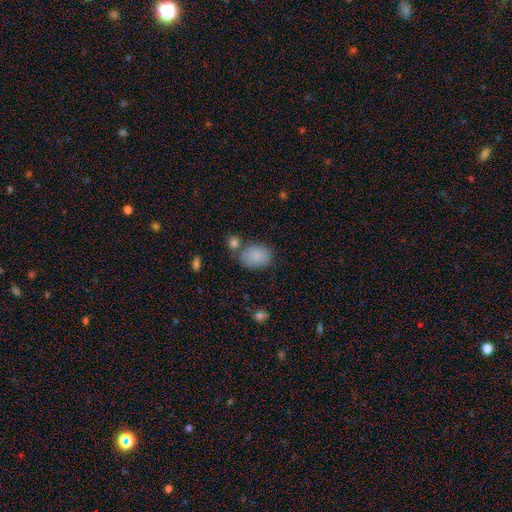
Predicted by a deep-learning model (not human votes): Overall: smooth (86%). How rounded: in between (80%). Merging: none (65%).